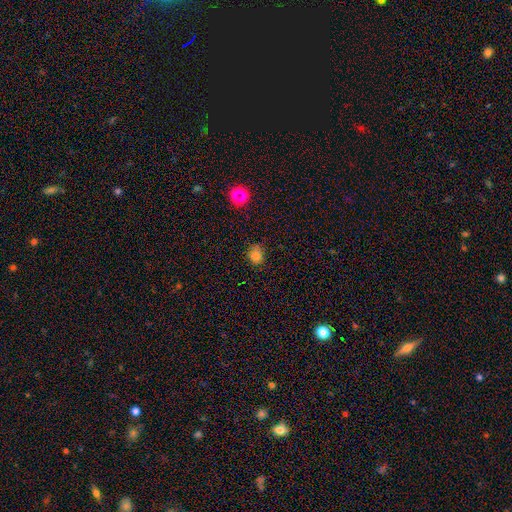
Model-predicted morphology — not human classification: Smooth or featured?
  - smooth: 80% *
  - star or artifact: 16%
  - featured or disk: 5%
How rounded?
  - round: 72% *
  - in between: 27%
  - cigar-shaped: 1%
Merging?
  - none: 75% *
  - minor disturbance: 18%
  - major disturbance: 4%
  - merger: 2%